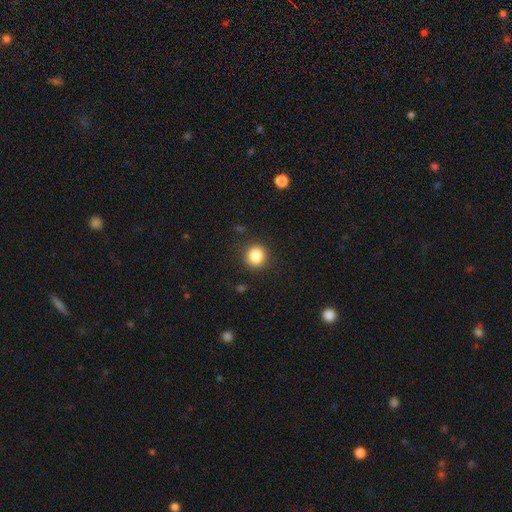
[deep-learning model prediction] Morphology: type=smooth (86%); roundness=round (90%); merging=none (89%).